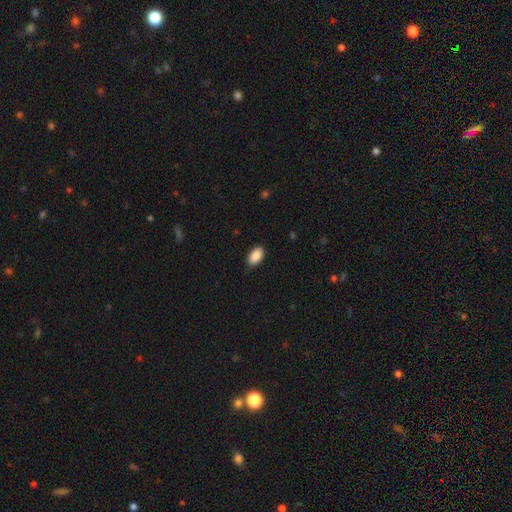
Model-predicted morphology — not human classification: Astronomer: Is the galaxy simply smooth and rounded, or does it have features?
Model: smooth — 90%.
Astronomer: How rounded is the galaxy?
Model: in between — 94%.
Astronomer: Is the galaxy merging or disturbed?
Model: none — 85%.